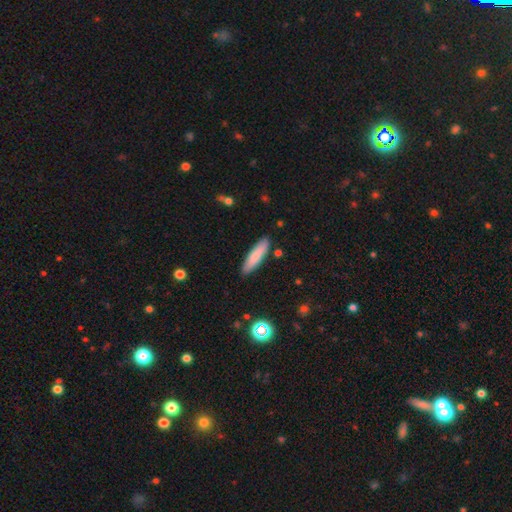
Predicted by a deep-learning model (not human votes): Overall: smooth (81%). How rounded: cigar-shaped (77%). Merging: none (88%).